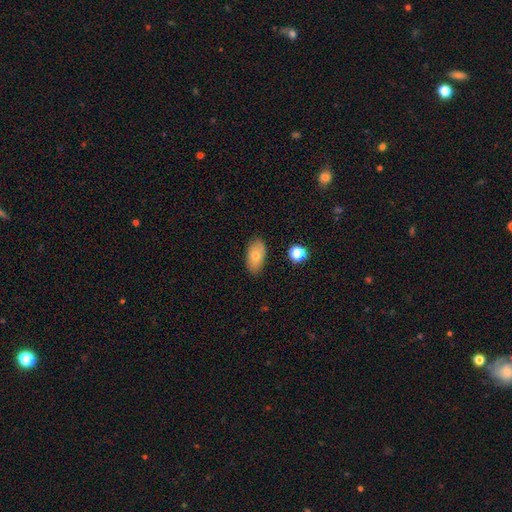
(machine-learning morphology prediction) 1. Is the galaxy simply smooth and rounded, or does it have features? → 71% smooth, 21% featured or disk, 8% star or artifact.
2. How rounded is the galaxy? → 91% in between, 6% round, 2% cigar-shaped.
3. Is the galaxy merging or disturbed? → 83% none, 13% minor disturbance, 3% major disturbance, 2% merger.